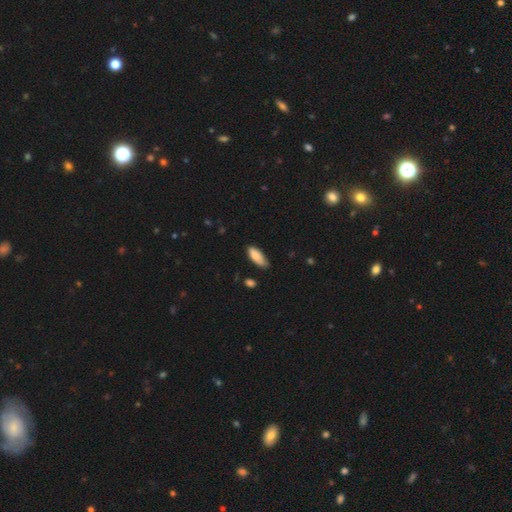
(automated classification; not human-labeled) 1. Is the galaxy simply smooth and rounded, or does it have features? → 84% smooth, 10% featured or disk, 6% star or artifact.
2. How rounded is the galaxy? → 77% in between, 21% cigar-shaped, 2% round.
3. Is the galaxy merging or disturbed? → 64% none, 30% minor disturbance, 4% major disturbance, 2% merger.